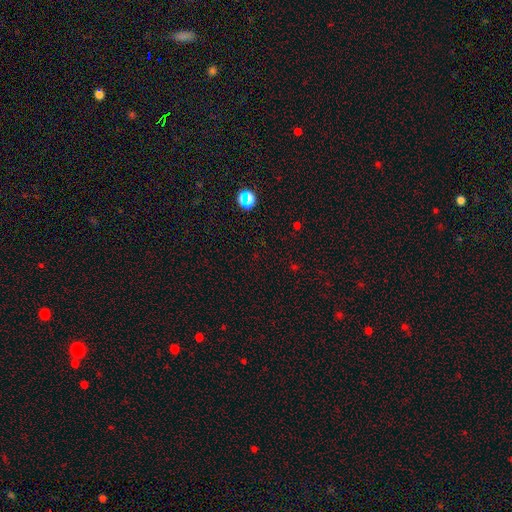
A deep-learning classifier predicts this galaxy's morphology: This is likely a star or artifact rather than a galaxy (69%).